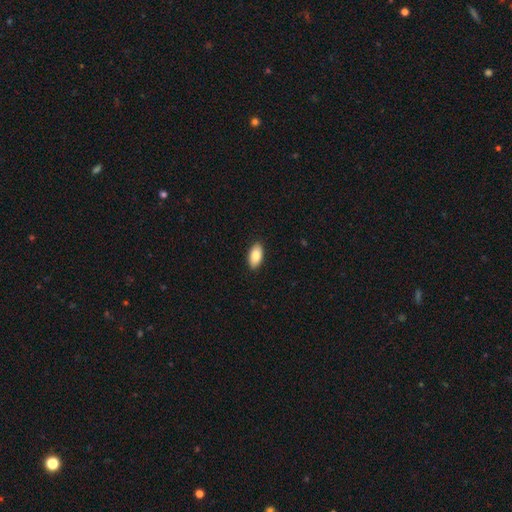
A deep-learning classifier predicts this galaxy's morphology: Overall: smooth (86%). How rounded: in between (94%). Merging: none (90%).